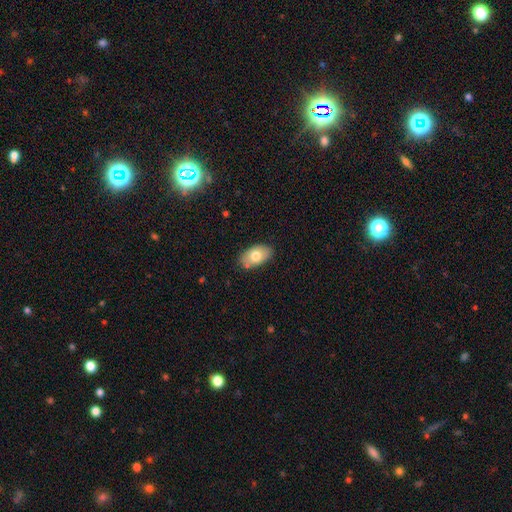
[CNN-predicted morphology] smooth 74%, featured or disk 19%, star or artifact 7%. Down the decision tree: how rounded — in between (92%); merging — none (80%).